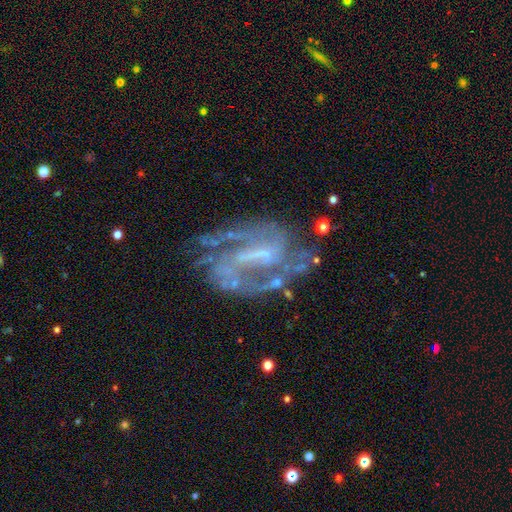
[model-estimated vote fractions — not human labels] Smooth or featured?
  - featured or disk: 84% *
  - star or artifact: 9%
  - smooth: 7%
Edge-on disk?
  - no: 96% *
  - yes: 4%
Bar?
  - weak: 44% *
  - strong: 37%
  - no: 19%
Spiral arms?
  - yes: 88% *
  - no: 12%
Spiral winding?
  - medium: 47% *
  - tight: 31%
  - loose: 22%
Spiral arm count?
  - 2: 52% *
  - can't tell: 24%
  - 3: 12%
  - 1: 5%
  - 4: 4%
  - more than 4: 4%
Bulge size?
  - none: 41% *
  - small: 38%
  - moderate: 18%
  - large: 2%
  - dominant: 1%
Merging?
  - none: 59% *
  - minor disturbance: 20%
  - major disturbance: 18%
  - merger: 4%